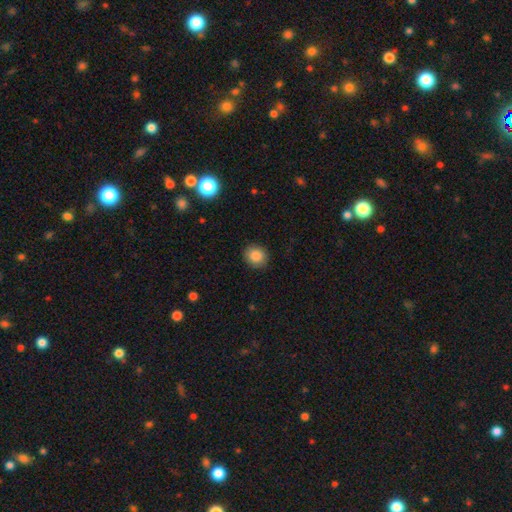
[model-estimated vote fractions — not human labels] Smooth or featured: smooth — 87% (star or artifact — 9%)
How rounded: round — 76% (in between — 23%)
Merging: none — 88% (minor disturbance — 8%)